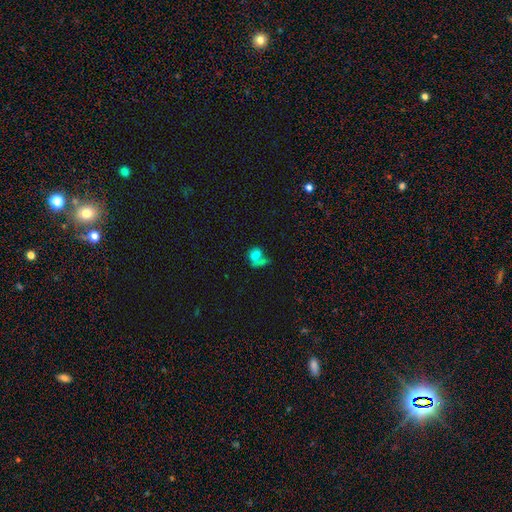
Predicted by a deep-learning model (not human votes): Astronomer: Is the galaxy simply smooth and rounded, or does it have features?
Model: smooth — 65%.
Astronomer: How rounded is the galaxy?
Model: in between — 58% (runner-up: round, 40%).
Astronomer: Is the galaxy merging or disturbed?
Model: merger — 41% (runner-up: none, 27%).